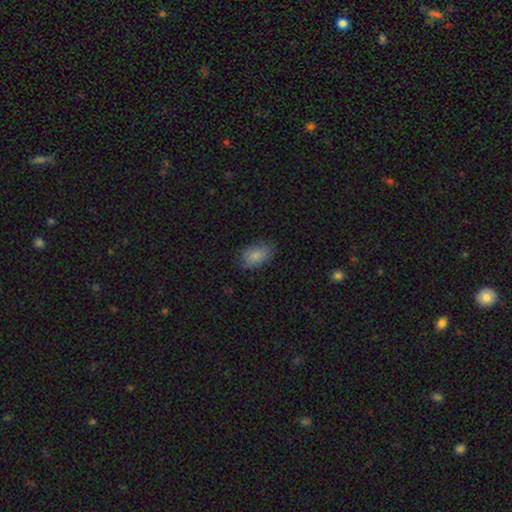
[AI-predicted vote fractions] Smooth or featured? Predicted: smooth (p=0.85). How rounded? Predicted: in between (p=0.89). Merging? Predicted: none (p=0.73).